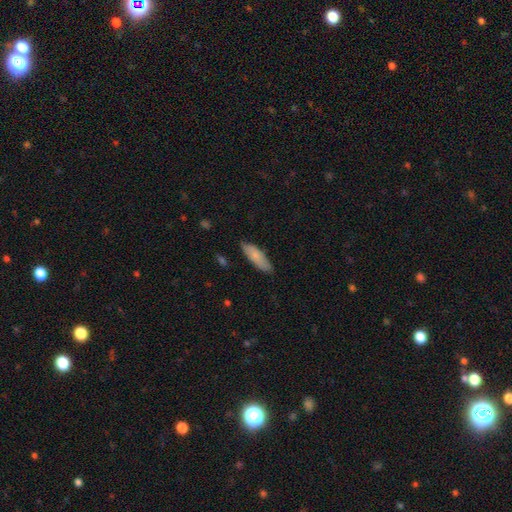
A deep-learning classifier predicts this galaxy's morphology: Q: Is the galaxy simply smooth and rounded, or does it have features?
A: smooth — 81%.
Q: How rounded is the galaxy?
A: in between — 55%.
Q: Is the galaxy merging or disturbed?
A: none — 81%.